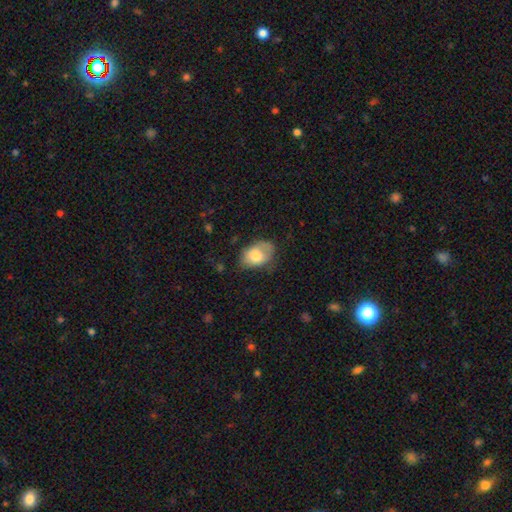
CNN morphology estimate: The model was most divided on "merging": none: 51%, minor disturbance: 34%, major disturbance: 13%, merger: 2%. More confident: how rounded — in between (84%); smooth or featured — smooth (72%).